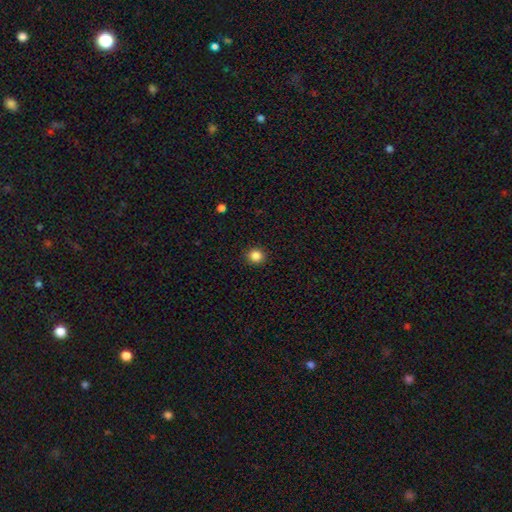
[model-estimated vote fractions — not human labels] This appears to be a smooth galaxy with no disk features (86%) that is round (90%). Merging: none (92%).